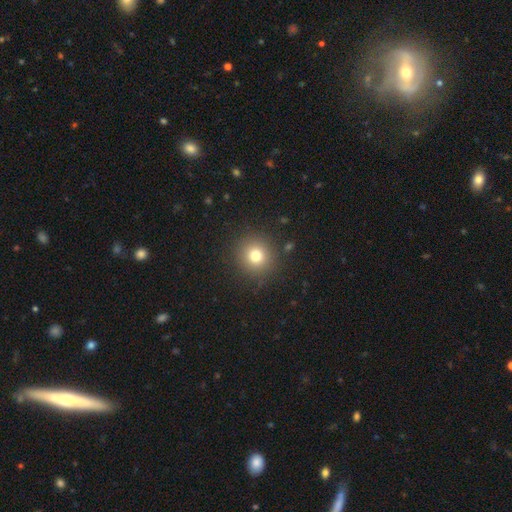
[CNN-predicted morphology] A smooth galaxy with no disk features (78%) that is round (93%). Merging: none (90%).